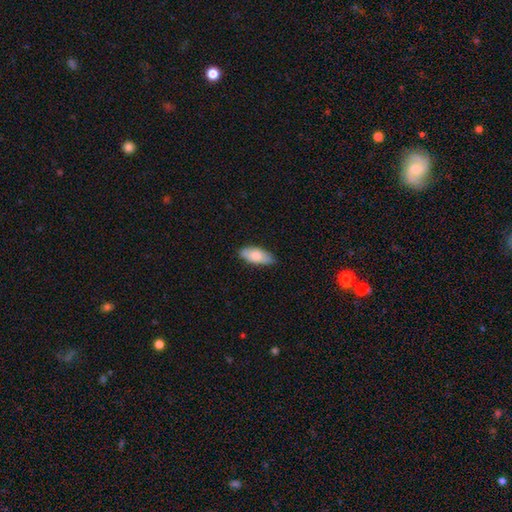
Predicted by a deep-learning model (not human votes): The model was most divided on "smooth or featured": smooth: 76%, featured or disk: 18%, star or artifact: 6%. More confident: how rounded — in between (86%); merging — none (82%).